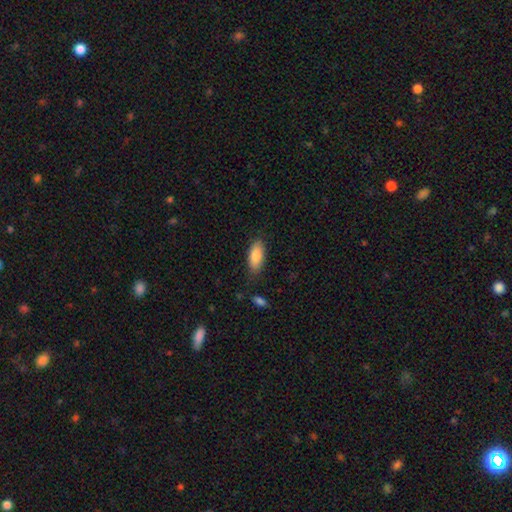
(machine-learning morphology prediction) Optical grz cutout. It shows a smooth galaxy with no disk features (85%) that is in between round and cigar-shaped (85%). Merging: none (81%).